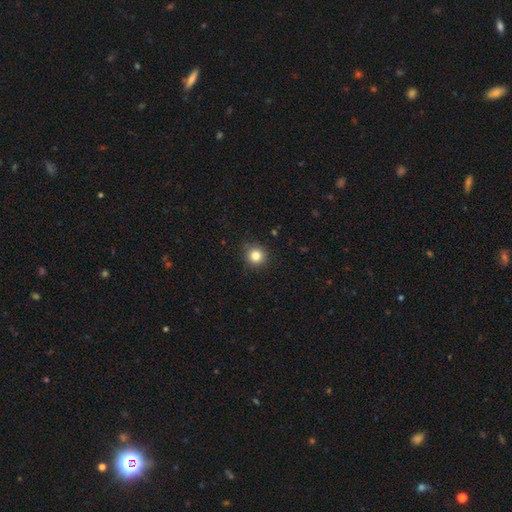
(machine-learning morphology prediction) Smooth or featured? Predicted: smooth (p=0.83). How rounded? Predicted: round (p=0.94). Merging? Predicted: none (p=0.90).